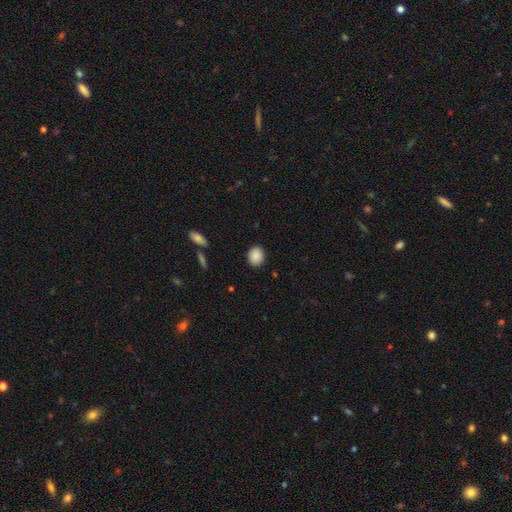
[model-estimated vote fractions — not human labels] A smooth galaxy with no disk features (89%) that is round (61%). Merging: none (89%).